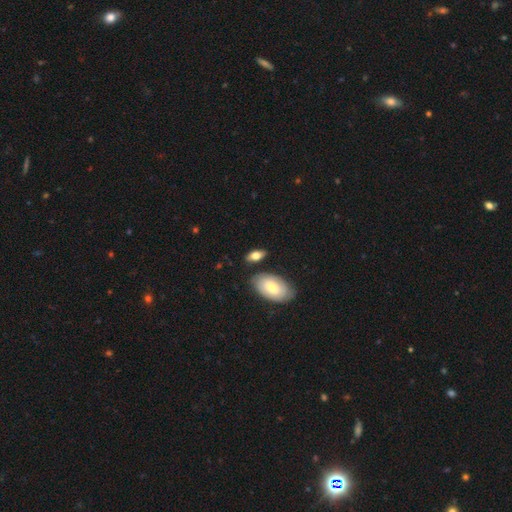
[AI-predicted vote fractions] smooth-or-featured: smooth: 73% | featured or disk: 20% | star or artifact: 7%
  how-rounded: in between: 88% | cigar-shaped: 7% | round: 6%
  merging: none: 73% | minor disturbance: 15% | merger: 9% | major disturbance: 4%